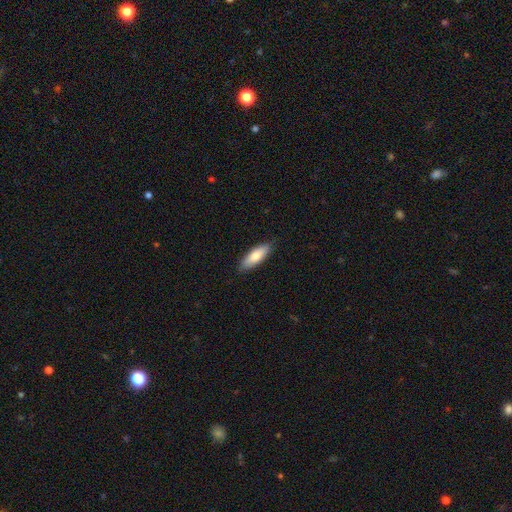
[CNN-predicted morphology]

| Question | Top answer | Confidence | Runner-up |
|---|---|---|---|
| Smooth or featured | smooth | 77% | featured or disk (18%) |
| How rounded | in between | 57% | cigar-shaped (41%) |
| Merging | none | 87% | minor disturbance (10%) |